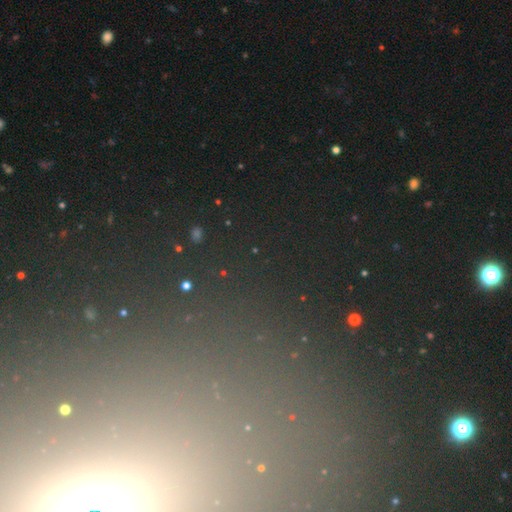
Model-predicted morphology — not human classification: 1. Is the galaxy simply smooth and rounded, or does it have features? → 73% star or artifact, 15% smooth, 12% featured or disk.